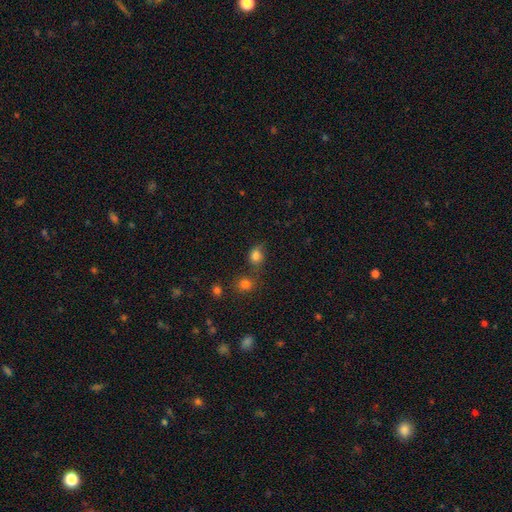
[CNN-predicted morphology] smooth_or_featured: smooth (p=0.79) [alt: star or artifact p=0.13]
how_rounded: round (p=0.66) [alt: in between p=0.33]
merging: none (p=0.53) [alt: merger p=0.20]